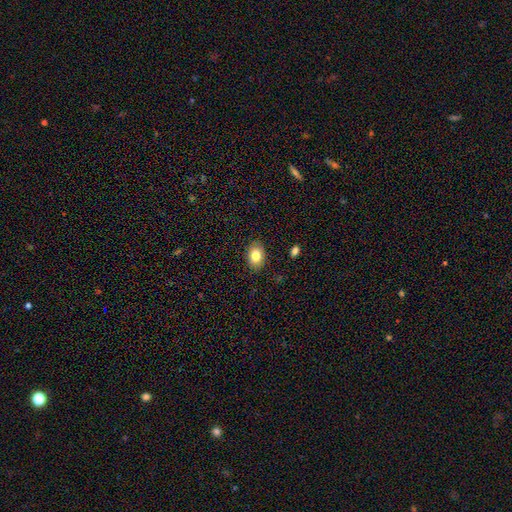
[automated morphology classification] Q: Smooth or featured?
A: smooth (83%); runner-up: featured or disk (9%)
Q: How rounded?
A: in between (78%); runner-up: round (21%)
Q: Merging?
A: none (88%); runner-up: minor disturbance (9%)